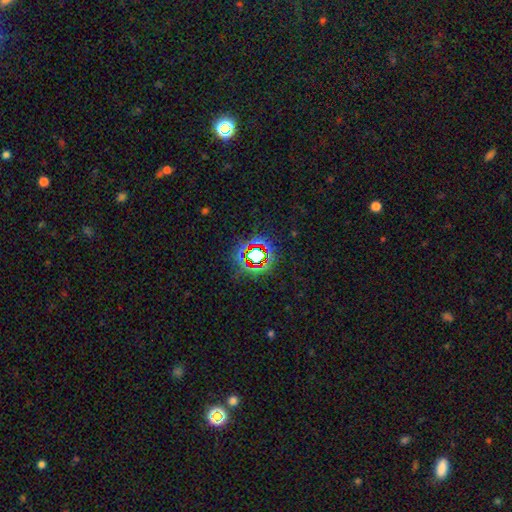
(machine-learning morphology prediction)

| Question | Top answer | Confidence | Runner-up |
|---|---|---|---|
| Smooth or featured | star or artifact | 71% | smooth (18%) |